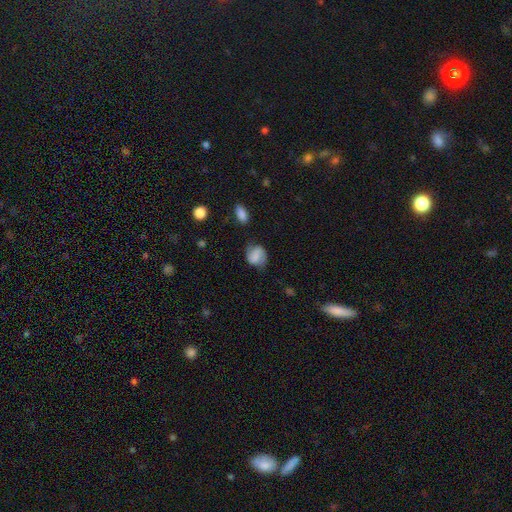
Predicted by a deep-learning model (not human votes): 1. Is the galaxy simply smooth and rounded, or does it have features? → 58% smooth, 33% featured or disk, 9% star or artifact.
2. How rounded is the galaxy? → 51% round, 47% in between, 2% cigar-shaped.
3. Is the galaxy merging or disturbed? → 64% none, 24% minor disturbance, 9% major disturbance, 3% merger.